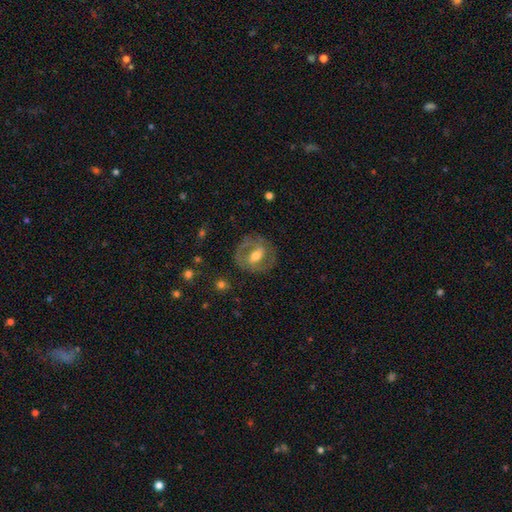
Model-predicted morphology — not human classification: This appears to be a featured or disk galaxy (67%) with a weak bar (39%), no spiral arms (52%) and a moderate central bulge (70%). Merging: none (73%).